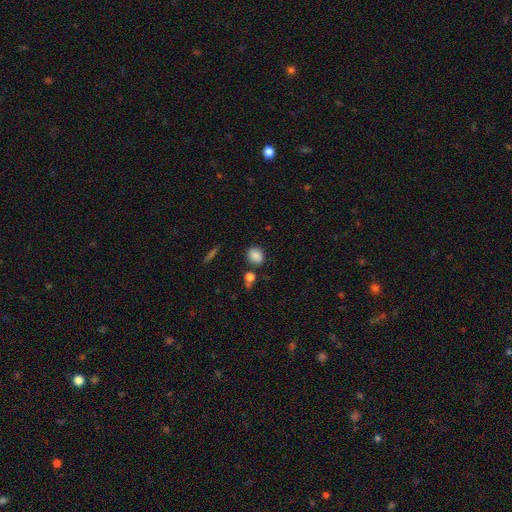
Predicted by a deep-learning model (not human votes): Smooth or featured: smooth — 85% (star or artifact — 10%)
How rounded: round — 55% (in between — 44%)
Merging: none — 79% (minor disturbance — 12%)